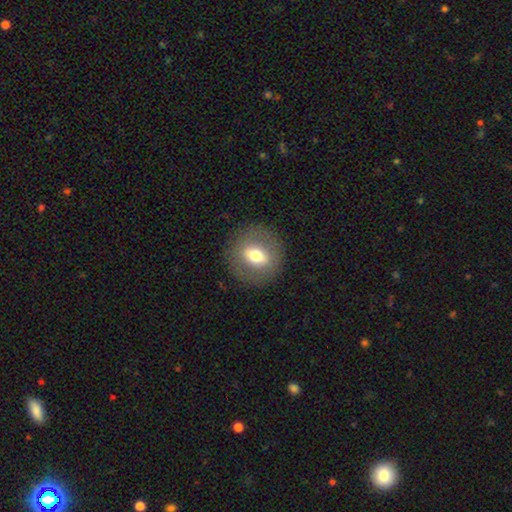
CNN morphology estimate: A smooth galaxy with no disk features (55%) that is round (77%).

Vote fractions:
- Smooth or featured? smooth: 55% / featured or disk: 36% / star or artifact: 9%
- How rounded? round: 77% / in between: 21% / cigar-shaped: 2%
- Merging? none: 86% / minor disturbance: 9% / major disturbance: 4% / merger: 1%